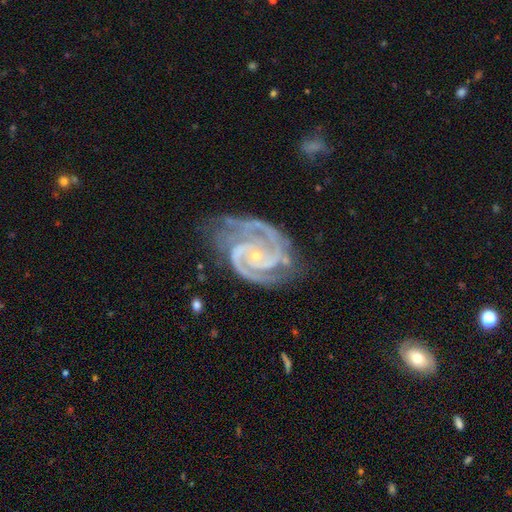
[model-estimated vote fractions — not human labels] Morphology: type=featured or disk (94%); edge-on=no (98%); bar=no (66%); spiral arms=yes (99%); winding=tight (58%); arm count=2 (69%); bulge=small (80%); merging=none (65%).